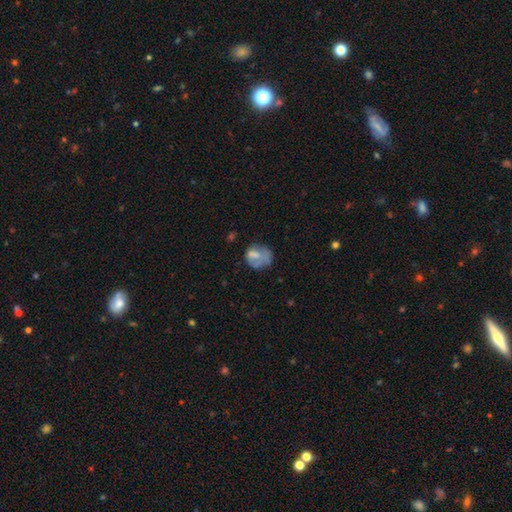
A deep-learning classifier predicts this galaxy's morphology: Q: Smooth or featured?
A: smooth (63%); runner-up: featured or disk (27%)
Q: How rounded?
A: round (68%); runner-up: in between (31%)
Q: Merging?
A: none (46%); runner-up: minor disturbance (27%)